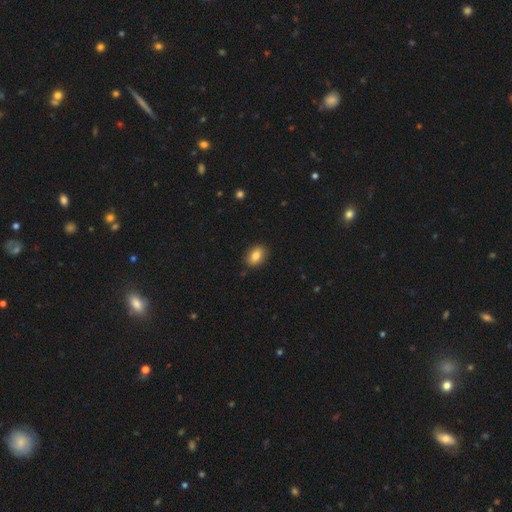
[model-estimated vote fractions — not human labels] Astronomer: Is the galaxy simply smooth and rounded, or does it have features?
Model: smooth — 83%.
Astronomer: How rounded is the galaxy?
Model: in between — 81%.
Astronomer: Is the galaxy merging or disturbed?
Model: none — 88%.